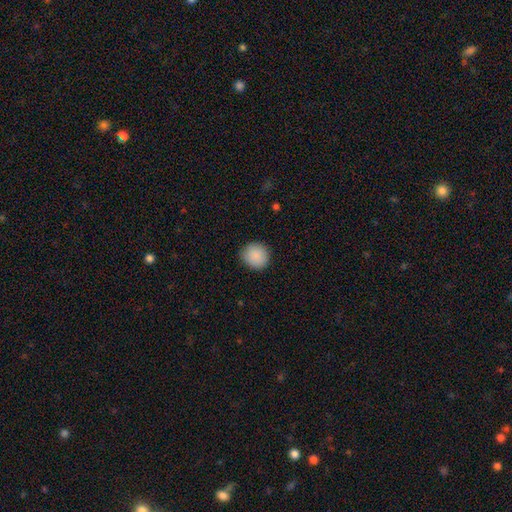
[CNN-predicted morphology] A smooth galaxy with no disk features (89%) that is round (89%). Merging: none (85%).